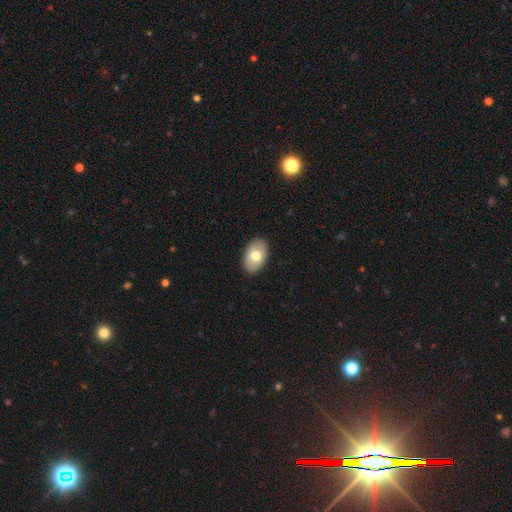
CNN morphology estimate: This appears to be a smooth galaxy with no disk features (71%) that is in between round and cigar-shaped (91%). Merging: none (89%).